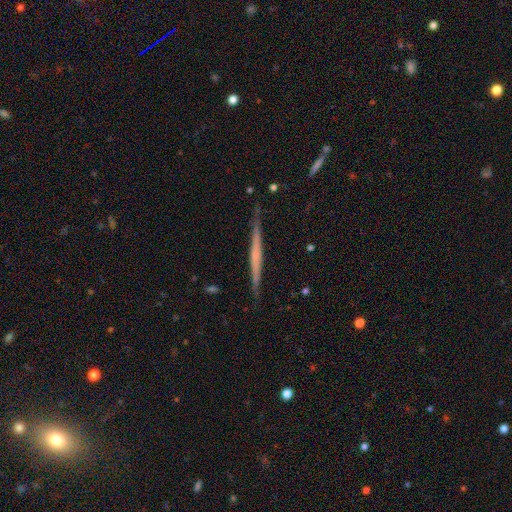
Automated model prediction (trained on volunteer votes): A featured or disk galaxy (61%) viewed edge-on (97%) with no central bulge (77%). Merging: none (87%).